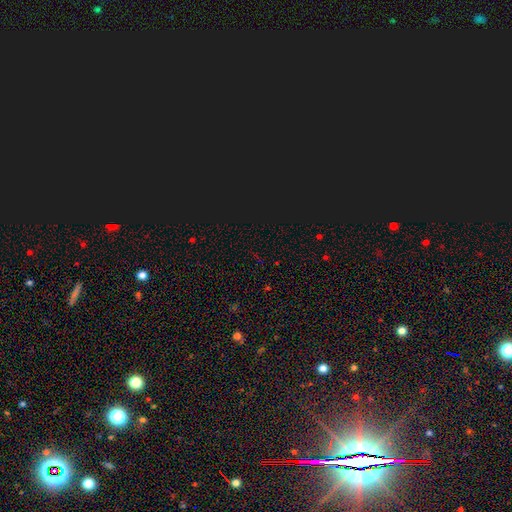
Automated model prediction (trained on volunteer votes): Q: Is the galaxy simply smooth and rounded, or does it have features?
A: star or artifact — 74%.